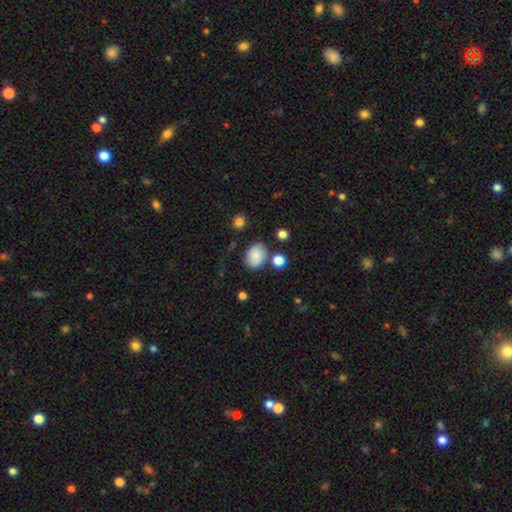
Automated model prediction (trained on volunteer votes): smooth-or-featured: smooth: 79% | featured or disk: 12% | star or artifact: 9%
  how-rounded: in between: 70% | round: 29% | cigar-shaped: 1%
  merging: none: 75% | minor disturbance: 15% | merger: 6% | major disturbance: 4%